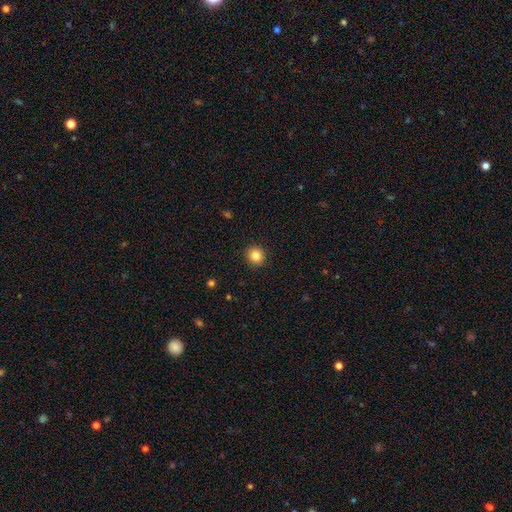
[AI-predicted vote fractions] Smooth or featured: smooth — 85% (star or artifact — 10%)
How rounded: round — 89% (in between — 10%)
Merging: none — 91% (minor disturbance — 6%)